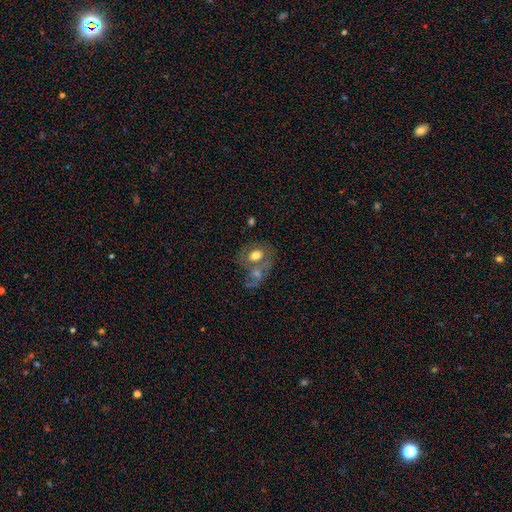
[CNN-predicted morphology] Smooth or featured? Predicted: smooth (p=0.58). How rounded? Predicted: in between (p=0.61). Merging? Predicted: merger (p=0.45).